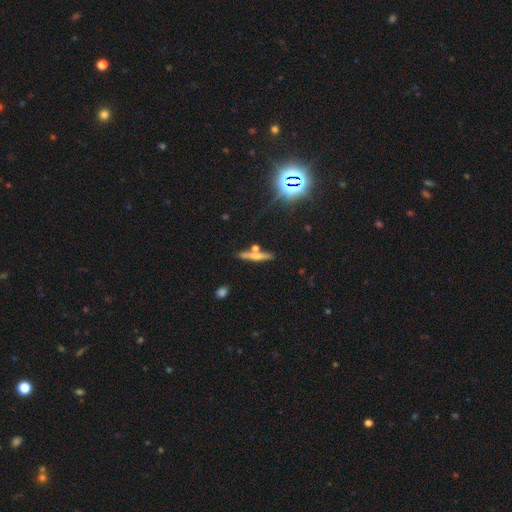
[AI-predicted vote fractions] Smooth or featured? Predicted: smooth (p=0.51). How rounded? Predicted: cigar-shaped (p=0.87). Merging? Predicted: none (p=0.72).